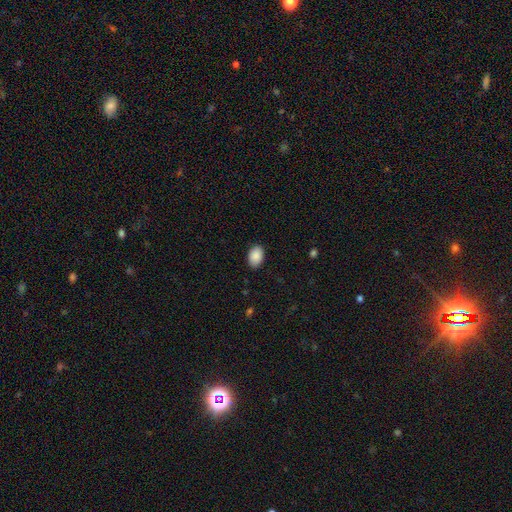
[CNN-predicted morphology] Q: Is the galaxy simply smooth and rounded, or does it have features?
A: smooth — 90%.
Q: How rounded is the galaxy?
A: in between — 87%.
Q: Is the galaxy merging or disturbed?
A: none — 88%.